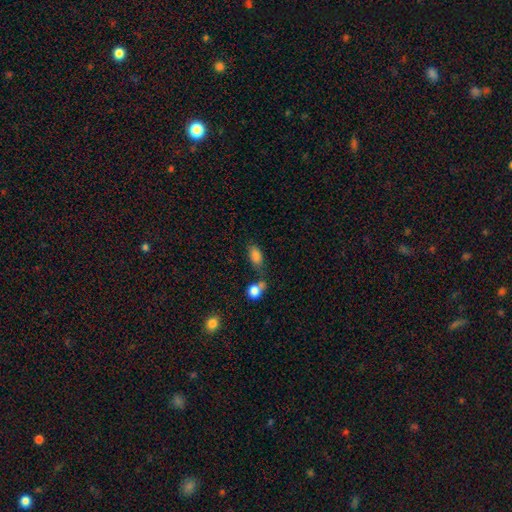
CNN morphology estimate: smooth-or-featured: smooth: 83% | star or artifact: 9% | featured or disk: 8%
  how-rounded: in between: 88% | round: 6% | cigar-shaped: 5%
  merging: none: 52% | merger: 25% | minor disturbance: 16% | major disturbance: 7%